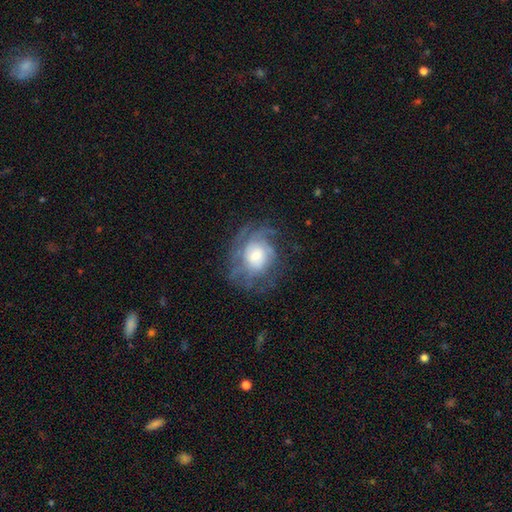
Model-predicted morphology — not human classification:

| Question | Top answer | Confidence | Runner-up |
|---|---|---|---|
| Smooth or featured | featured or disk | 66% | smooth (25%) |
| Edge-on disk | no | 97% | yes (3%) |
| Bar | no | 78% | weak (19%) |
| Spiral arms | yes | 77% | no (23%) |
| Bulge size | moderate | 45% | small (28%) |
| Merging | none | 58% | minor disturbance (21%) |